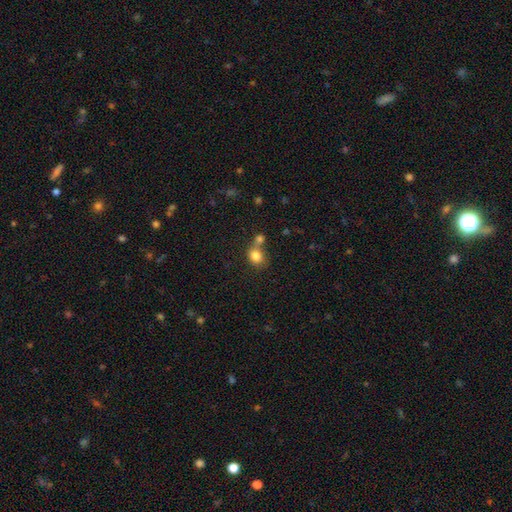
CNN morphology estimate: smooth_or_featured: smooth (p=0.82) [alt: star or artifact p=0.10]
how_rounded: round (p=0.63) [alt: in between p=0.36]
merging: none (p=0.46) [alt: merger p=0.39]